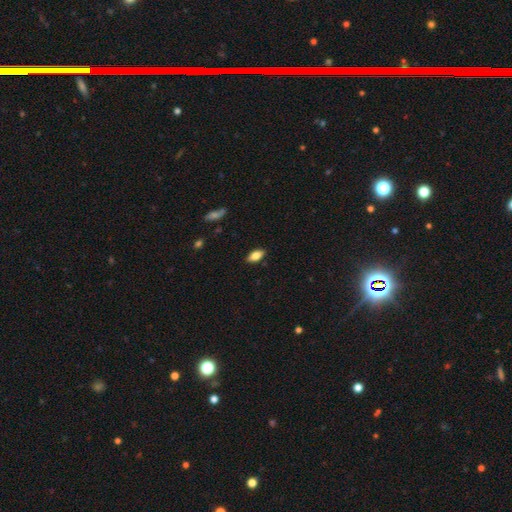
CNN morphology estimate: Smooth or featured: smooth — 76% (featured or disk — 17%)
How rounded: in between — 86% (cigar-shaped — 11%)
Merging: none — 88% (minor disturbance — 9%)